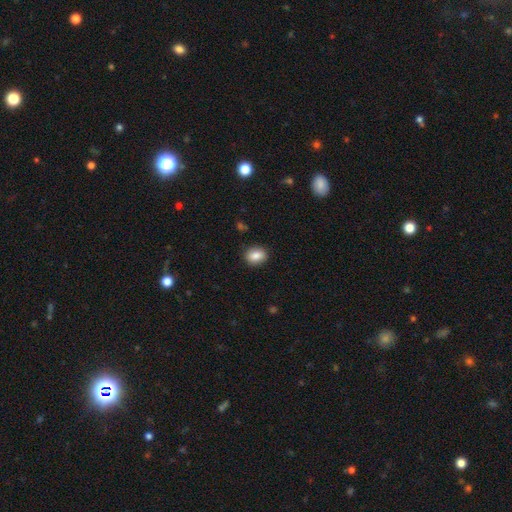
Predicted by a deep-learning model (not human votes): This is clearly a smooth galaxy (86%). How rounded: possibly in between (56%). Merging: clearly none (88%).